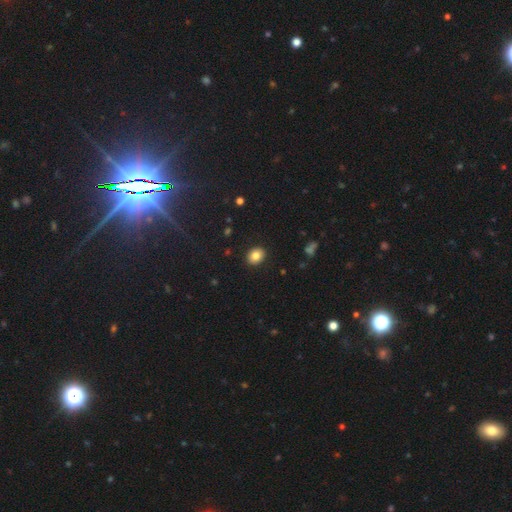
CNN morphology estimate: This is clearly a smooth galaxy (83%). How rounded: possibly in between (52%). Merging: clearly none (90%).